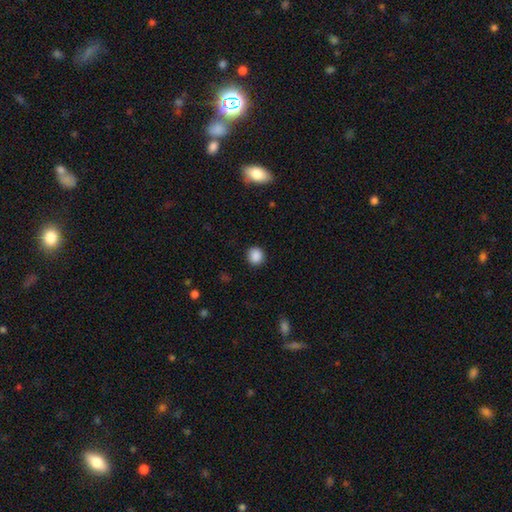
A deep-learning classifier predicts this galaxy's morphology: Overall: smooth (88%). How rounded: round (85%). Merging: none (90%).